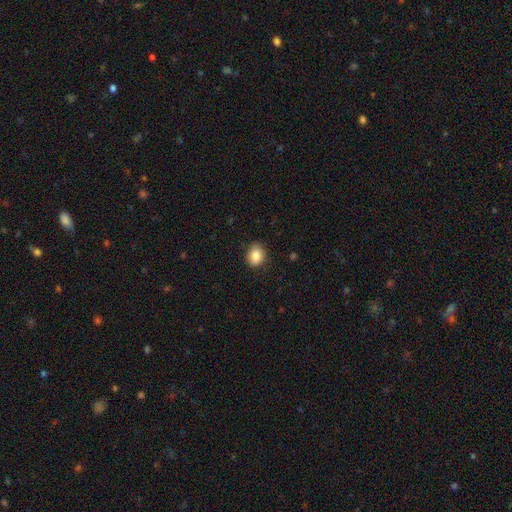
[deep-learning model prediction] A smooth galaxy with no disk features (87%) that is in between round and cigar-shaped (54%).

Vote fractions:
- Smooth or featured? smooth: 87% / star or artifact: 8% / featured or disk: 5%
- How rounded? in between: 54% / round: 45% / cigar-shaped: 1%
- Merging? none: 84% / minor disturbance: 12% / major disturbance: 3% / merger: 1%